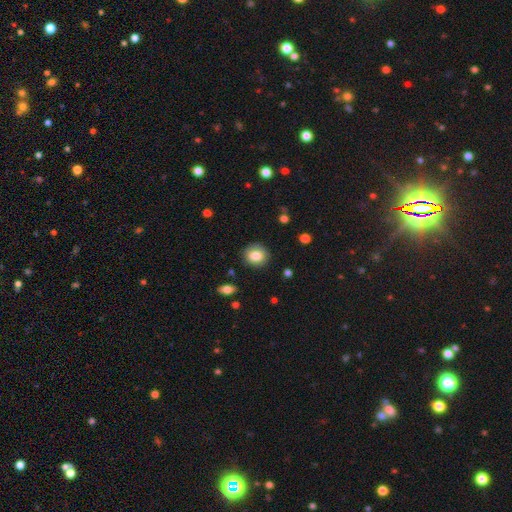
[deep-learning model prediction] Morphology: type=smooth (82%); roundness=round (76%); merging=none (87%).